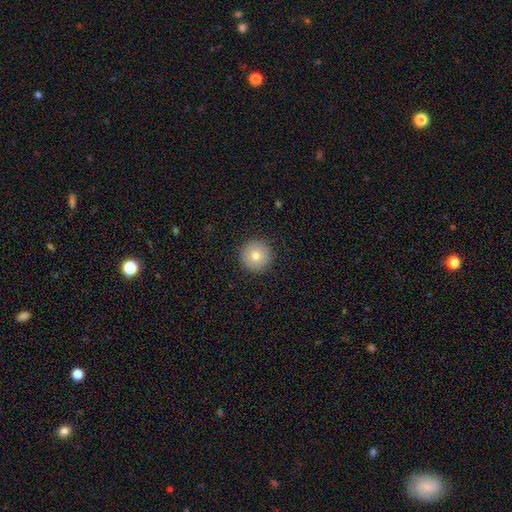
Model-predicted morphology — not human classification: Overall: smooth (77%). How rounded: round (97%). Merging: none (92%).